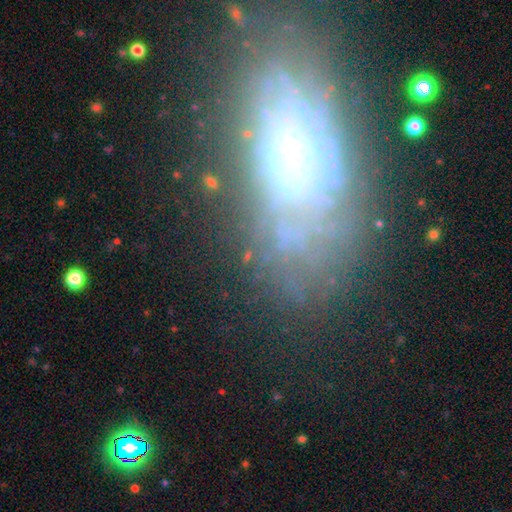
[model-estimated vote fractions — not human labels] Smooth or featured: featured or disk — 66% (smooth — 21%)
Edge-on disk: no — 85% (yes — 15%)
Bar: no — 78% (weak — 16%)
Spiral arms: yes — 56% (no — 44%)
Bulge size: moderate — 44% (small — 26%)
Merging: none — 68% (minor disturbance — 19%)